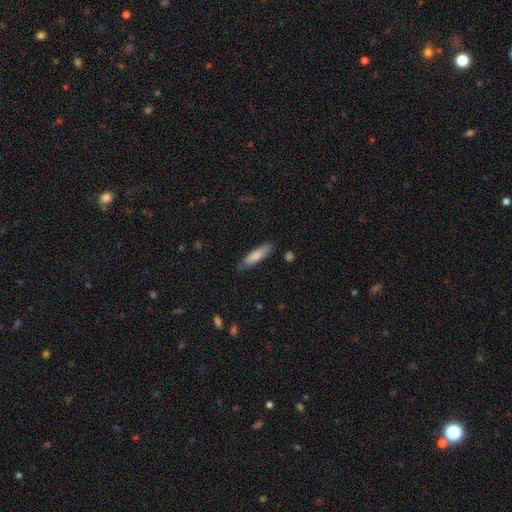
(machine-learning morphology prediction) This is likely a smooth galaxy (79%). How rounded: likely cigar-shaped (70%). Merging: likely none (75%).